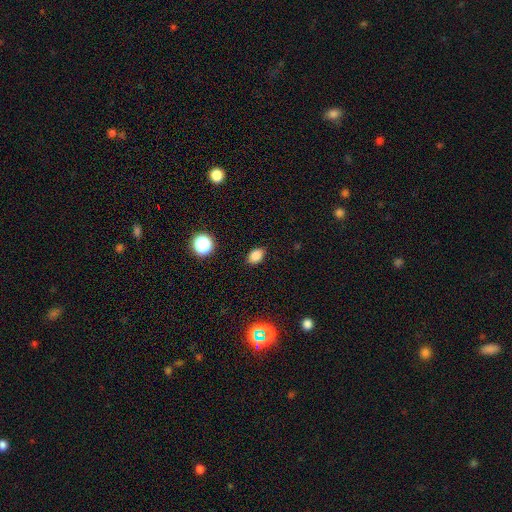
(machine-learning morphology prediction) smooth_or_featured: smooth (p=0.84) [alt: star or artifact p=0.12]
how_rounded: in between (p=0.74) [alt: round p=0.25]
merging: none (p=0.87) [alt: minor disturbance p=0.10]